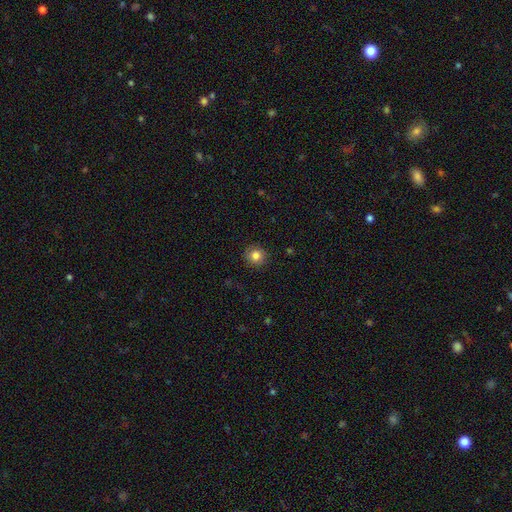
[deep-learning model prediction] Q: Smooth or featured?
A: smooth (82%); runner-up: star or artifact (10%)
Q: How rounded?
A: round (91%); runner-up: in between (8%)
Q: Merging?
A: none (89%); runner-up: minor disturbance (8%)